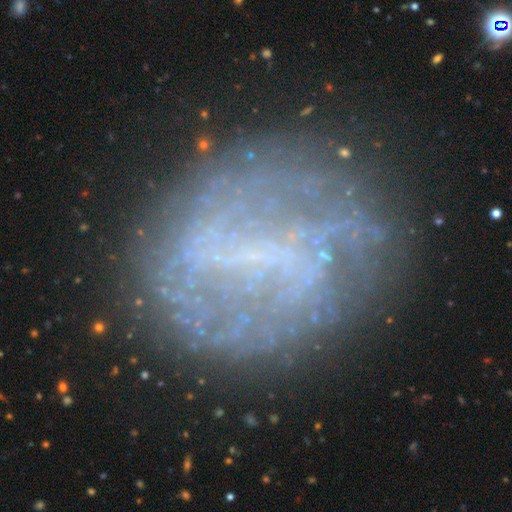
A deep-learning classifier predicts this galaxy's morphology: Q: Smooth or featured?
A: featured or disk (65%); runner-up: smooth (22%)
Q: Edge-on disk?
A: no (97%); runner-up: yes (3%)
Q: Bar?
A: weak (37%); runner-up: no (32%)
Q: Spiral arms?
A: no (54%); runner-up: yes (46%)
Q: Bulge size?
A: none (64%); runner-up: small (26%)
Q: Merging?
A: none (69%); runner-up: minor disturbance (16%)